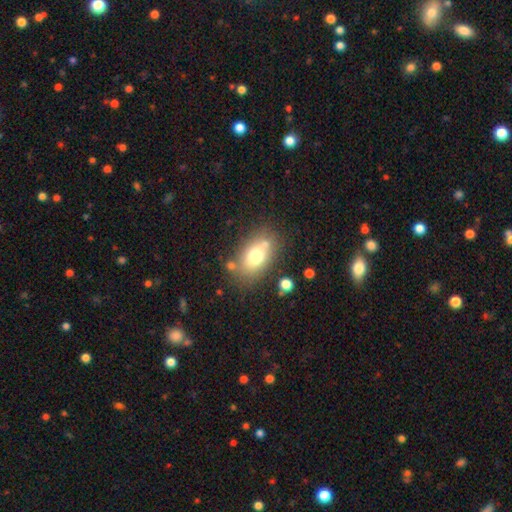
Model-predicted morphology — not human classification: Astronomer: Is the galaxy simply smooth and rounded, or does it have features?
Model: smooth — 72%.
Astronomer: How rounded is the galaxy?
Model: in between — 82%.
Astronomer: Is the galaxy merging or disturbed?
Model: none — 70%.